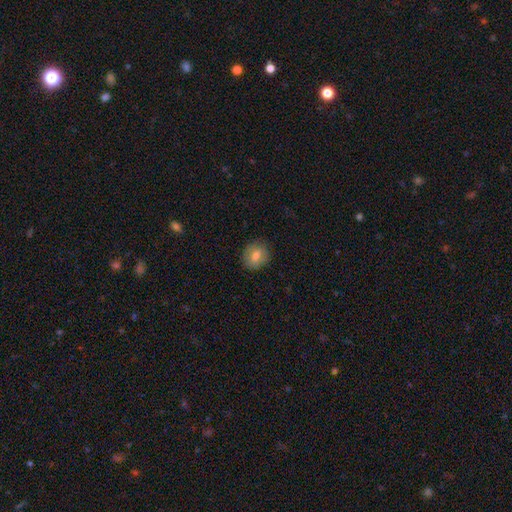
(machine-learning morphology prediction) The model was most divided on "how rounded": round: 71%, in between: 28%, cigar-shaped: 1%. More confident: merging — none (85%); smooth or featured — smooth (76%).